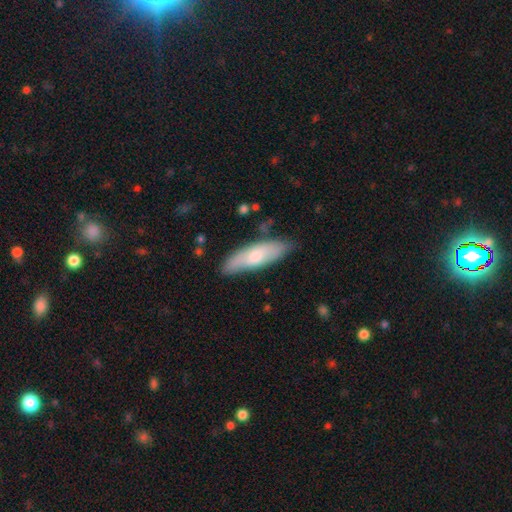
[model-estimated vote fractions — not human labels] Smooth or featured: smooth — 67% (featured or disk — 28%)
How rounded: cigar-shaped — 52% (in between — 46%)
Merging: none — 77% (minor disturbance — 18%)